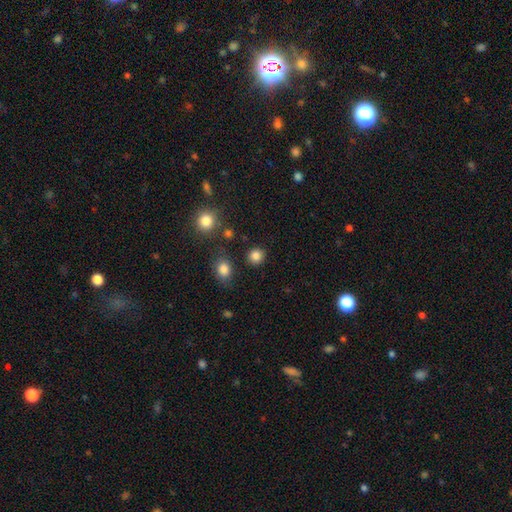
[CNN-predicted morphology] smooth_or_featured: smooth (p=0.85) [alt: star or artifact p=0.11]
how_rounded: round (p=0.87) [alt: in between p=0.12]
merging: none (p=0.87) [alt: minor disturbance p=0.07]